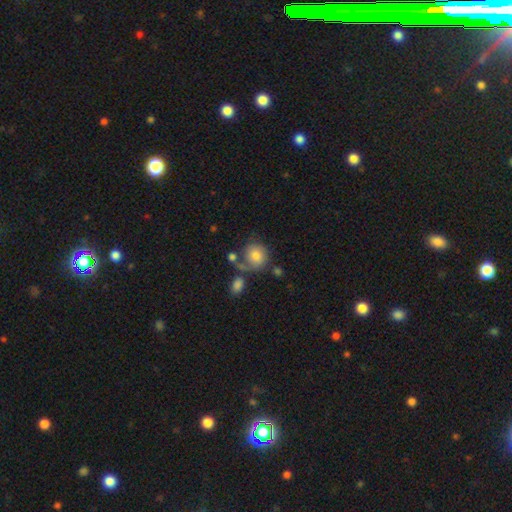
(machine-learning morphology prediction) smooth_or_featured: smooth (p=0.79) [alt: featured or disk p=0.13]
how_rounded: round (p=0.77) [alt: in between p=0.22]
merging: none (p=0.55) [alt: merger p=0.18]